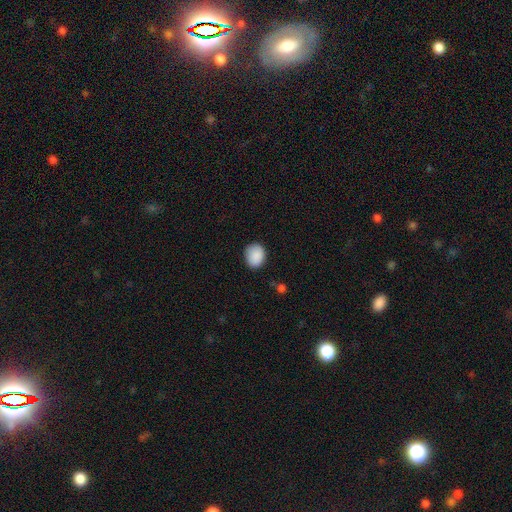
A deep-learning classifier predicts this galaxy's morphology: Smooth or featured? smooth (89%)
How rounded? in between (51%)
Merging? none (83%)